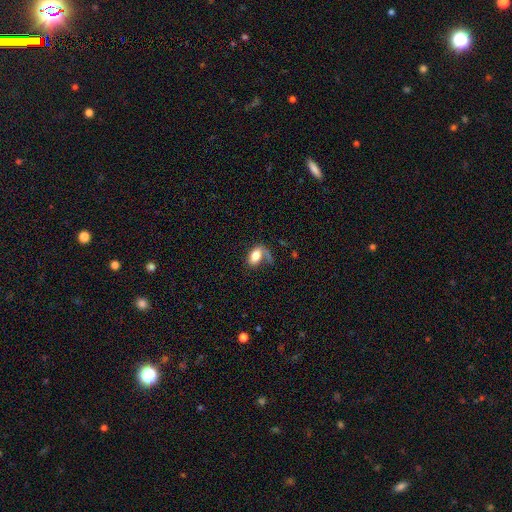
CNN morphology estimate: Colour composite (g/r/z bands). It shows a smooth galaxy with no disk features (74%) that is in between round and cigar-shaped (89%). Merging: none (42%).